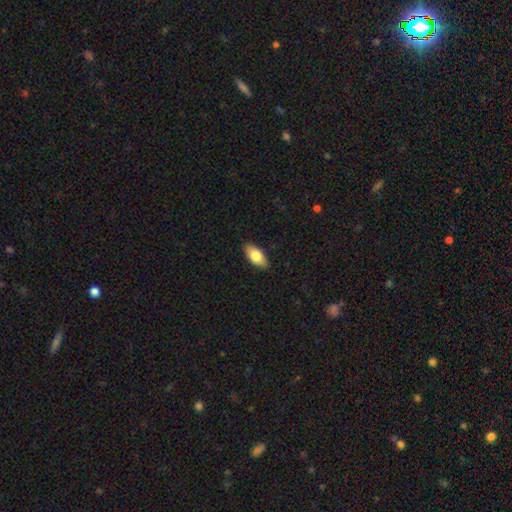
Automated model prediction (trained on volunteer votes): Smooth or featured?
  - smooth: 79% *
  - featured or disk: 15%
  - star or artifact: 6%
How rounded?
  - in between: 90% *
  - cigar-shaped: 7%
  - round: 3%
Merging?
  - none: 88% *
  - minor disturbance: 9%
  - major disturbance: 2%
  - merger: 1%